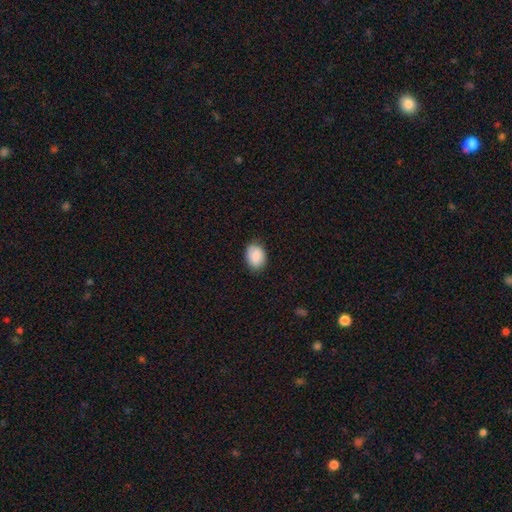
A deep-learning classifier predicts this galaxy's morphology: Smooth or featured?
  - smooth: 88% *
  - star or artifact: 7%
  - featured or disk: 5%
How rounded?
  - in between: 72% *
  - round: 27%
  - cigar-shaped: 1%
Merging?
  - none: 83% *
  - minor disturbance: 13%
  - major disturbance: 3%
  - merger: 1%